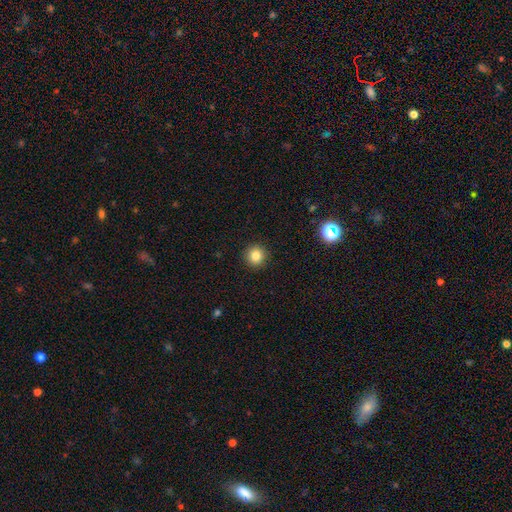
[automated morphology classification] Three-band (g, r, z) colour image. It shows a smooth galaxy with no disk features (83%) that is round (95%). Merging: none (92%).